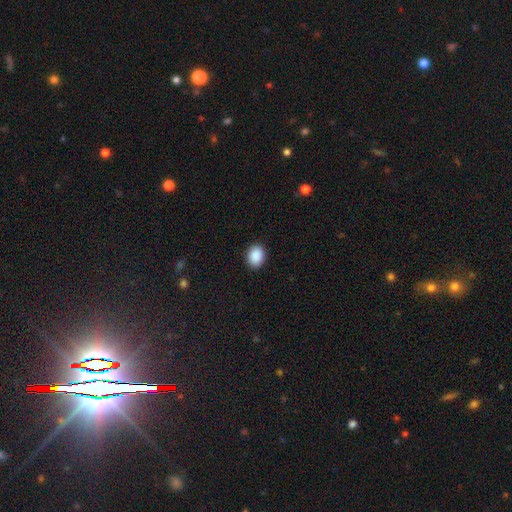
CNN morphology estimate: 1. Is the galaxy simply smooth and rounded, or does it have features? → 90% smooth, 8% star or artifact, 2% featured or disk.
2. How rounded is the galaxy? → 57% in between, 42% round, 1% cigar-shaped.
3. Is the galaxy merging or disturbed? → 90% none, 7% minor disturbance, 2% major disturbance, 1% merger.